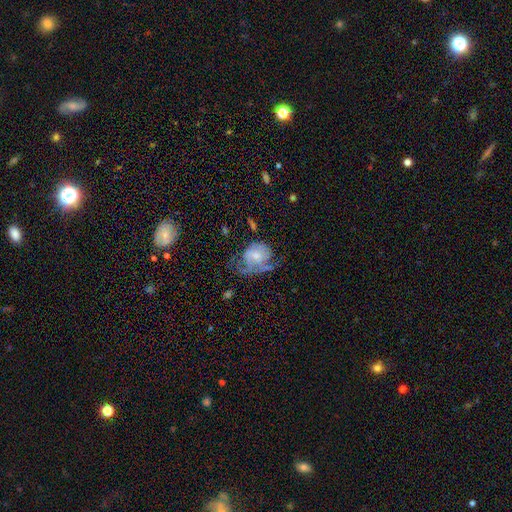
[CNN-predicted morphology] Smooth or featured?
  - featured or disk: 56% *
  - smooth: 36%
  - star or artifact: 8%
Edge-on disk?
  - no: 97% *
  - yes: 3%
Bar?
  - no: 68% *
  - weak: 27%
  - strong: 5%
Spiral arms?
  - yes: 67% *
  - no: 33%
Bulge size?
  - small: 51% *
  - moderate: 36%
  - none: 8%
  - large: 4%
  - dominant: 1%
Merging?
  - major disturbance: 37% *
  - none: 31%
  - minor disturbance: 27%
  - merger: 4%